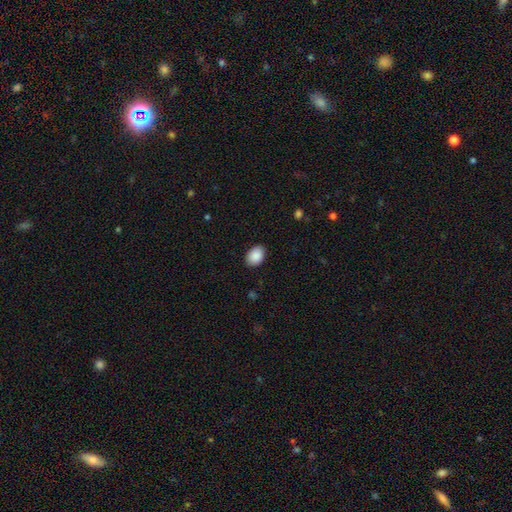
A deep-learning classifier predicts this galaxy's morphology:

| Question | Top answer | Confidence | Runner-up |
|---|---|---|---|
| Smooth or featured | smooth | 90% | star or artifact (7%) |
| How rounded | in between | 80% | round (19%) |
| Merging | none | 88% | minor disturbance (9%) |